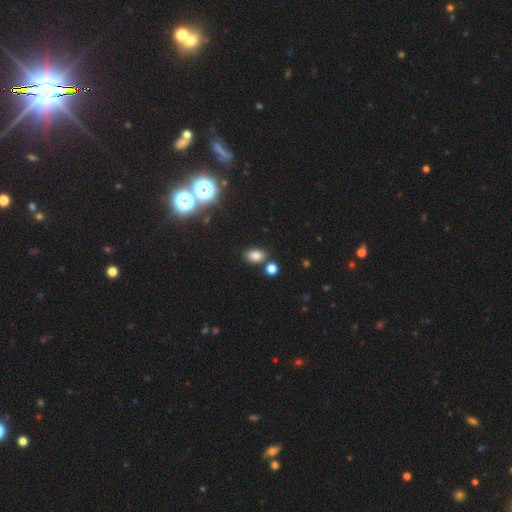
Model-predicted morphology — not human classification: smooth-or-featured: smooth: 79% | star or artifact: 15% | featured or disk: 6%
  how-rounded: in between: 80% | round: 18% | cigar-shaped: 2%
  merging: none: 77% | minor disturbance: 11% | merger: 10% | major disturbance: 3%